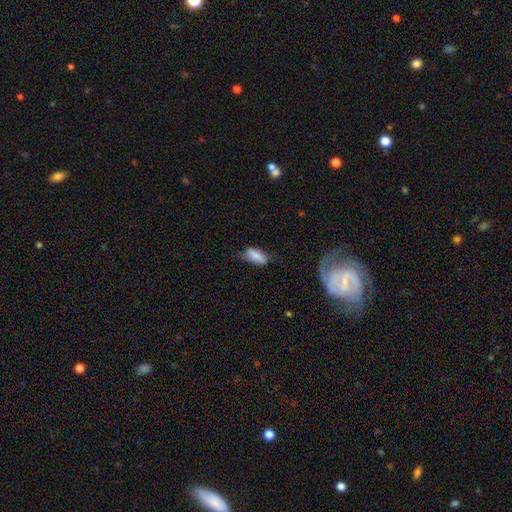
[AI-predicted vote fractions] A smooth galaxy with no disk features (83%) that is in between round and cigar-shaped (86%). Merging: none (57%).